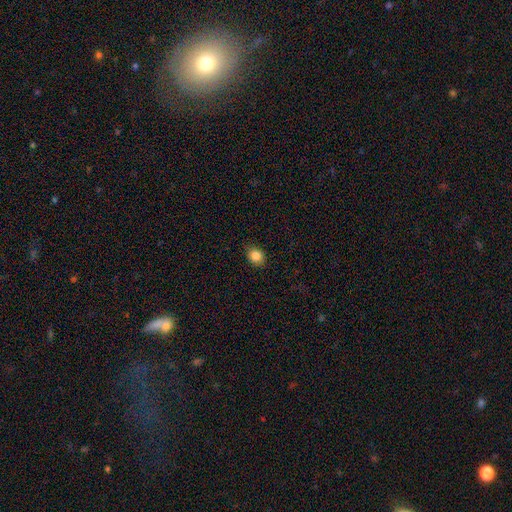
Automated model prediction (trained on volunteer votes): Smooth or featured: smooth — 86% (star or artifact — 10%)
How rounded: round — 56% (in between — 43%)
Merging: none — 86% (minor disturbance — 11%)